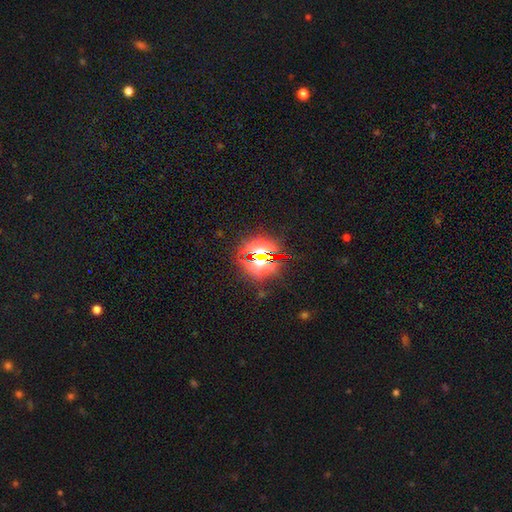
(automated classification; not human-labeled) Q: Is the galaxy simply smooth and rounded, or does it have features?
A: star or artifact — 73%.